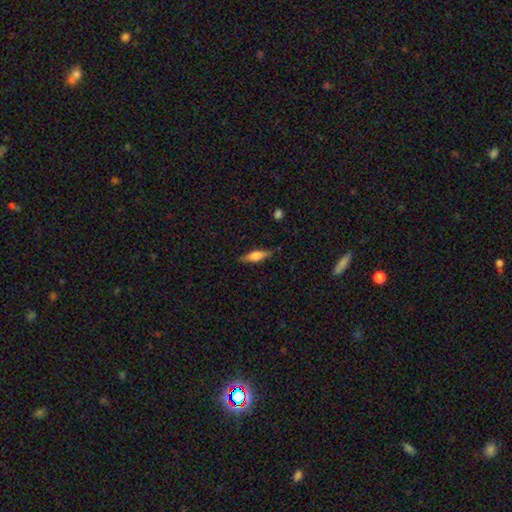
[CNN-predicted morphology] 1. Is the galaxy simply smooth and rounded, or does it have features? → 52% smooth, 41% featured or disk, 7% star or artifact.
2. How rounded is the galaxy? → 62% cigar-shaped, 36% in between, 3% round.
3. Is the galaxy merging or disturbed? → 85% none, 11% minor disturbance, 3% major disturbance, 1% merger.